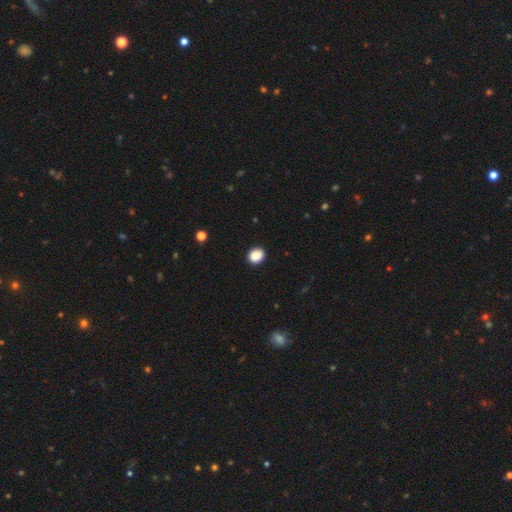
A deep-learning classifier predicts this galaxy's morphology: Smooth or featured: smooth — 89% (star or artifact — 9%)
How rounded: round — 59% (in between — 40%)
Merging: none — 91% (minor disturbance — 7%)